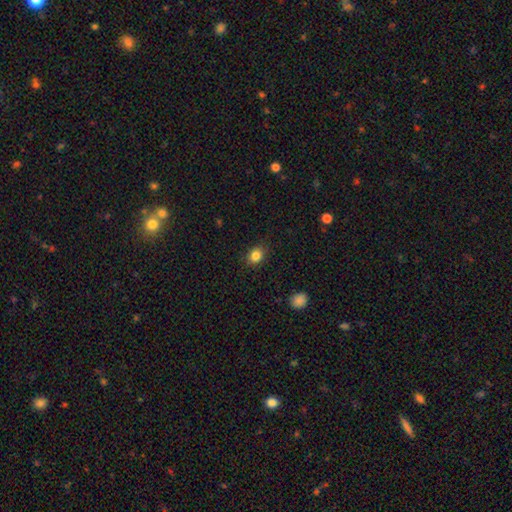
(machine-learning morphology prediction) A smooth galaxy with no disk features (85%) that is in between round and cigar-shaped (53%). Merging: none (86%).